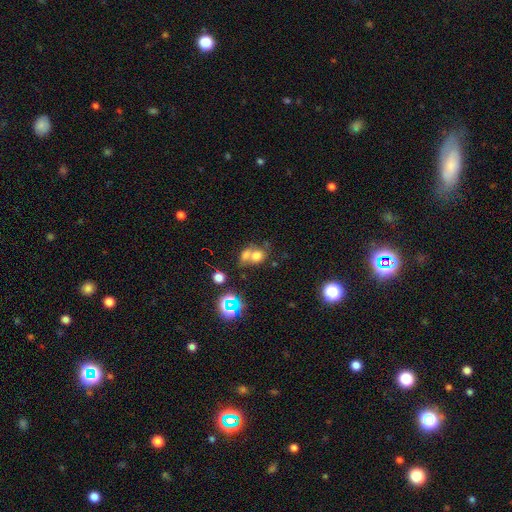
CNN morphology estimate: type=smooth (66%); roundness=round (66%); merging=merger (57%).